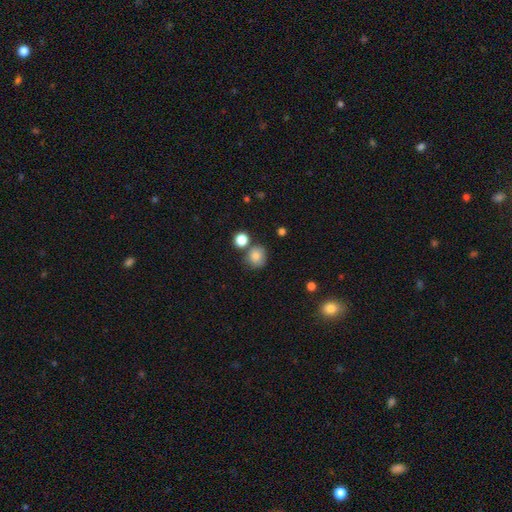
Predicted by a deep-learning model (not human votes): Smooth or featured? Predicted: smooth (p=0.83). How rounded? Predicted: round (p=0.83). Merging? Predicted: none (p=0.66).